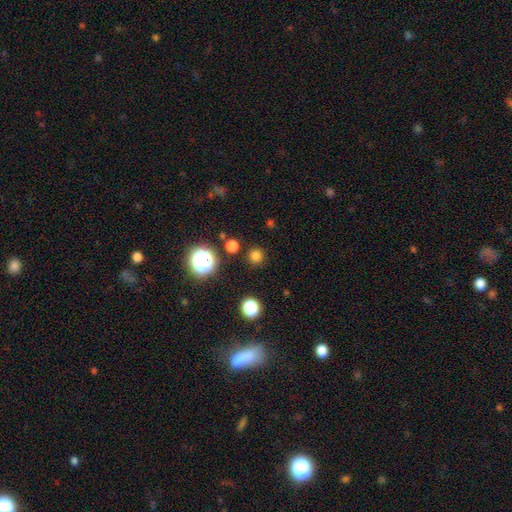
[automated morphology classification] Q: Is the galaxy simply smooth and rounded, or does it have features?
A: smooth — 76%.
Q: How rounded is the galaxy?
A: round — 94%.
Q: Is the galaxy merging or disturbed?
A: none — 88%.